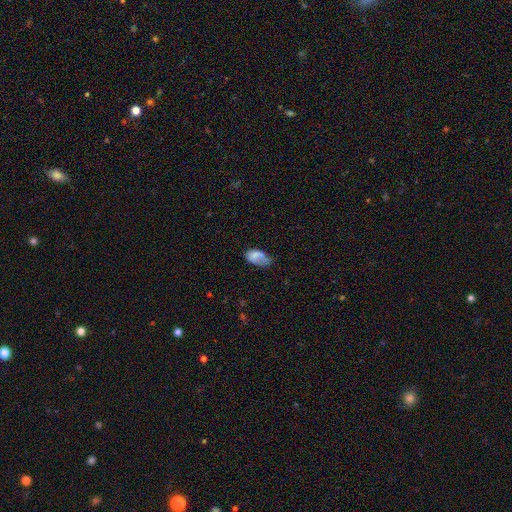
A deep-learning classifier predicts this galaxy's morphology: Smooth or featured? smooth (72%)
How rounded? in between (92%)
Merging? minor disturbance (36%)